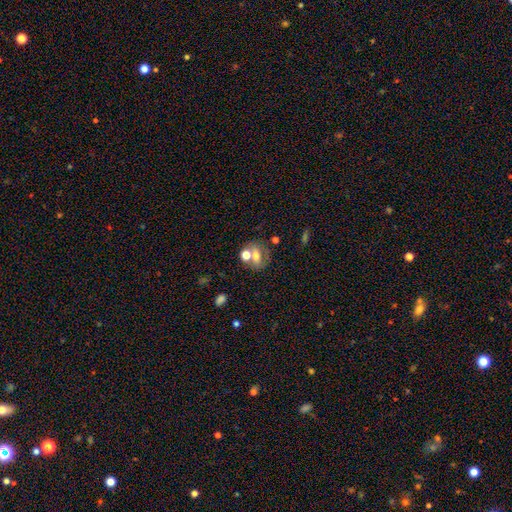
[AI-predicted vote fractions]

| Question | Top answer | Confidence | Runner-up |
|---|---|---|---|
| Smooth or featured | smooth | 56% | featured or disk (31%) |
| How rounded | in between | 51% | round (45%) |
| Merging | none | 49% | merger (33%) |